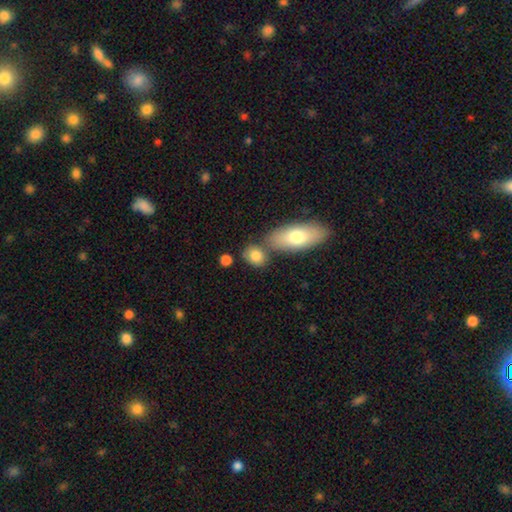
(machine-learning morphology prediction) Overall: smooth (83%). How rounded: in between (55%; round 41%). Merging: none (61%; merger 23%).